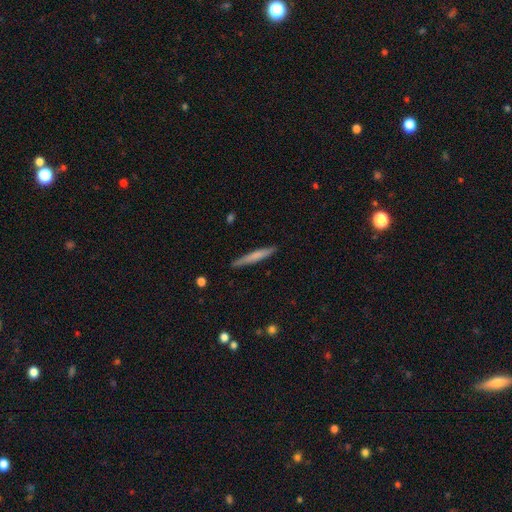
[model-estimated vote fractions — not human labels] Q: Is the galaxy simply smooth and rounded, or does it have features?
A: smooth — 63%.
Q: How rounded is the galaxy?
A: cigar-shaped — 95%.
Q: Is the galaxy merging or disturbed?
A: none — 89%.